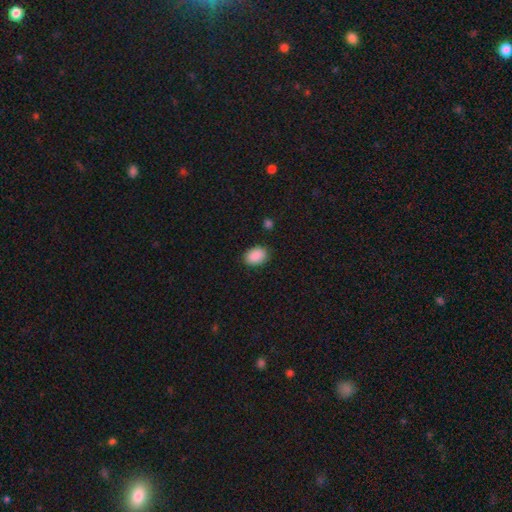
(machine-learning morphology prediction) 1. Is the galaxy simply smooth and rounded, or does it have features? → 90% smooth, 7% star or artifact, 2% featured or disk.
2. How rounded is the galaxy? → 81% in between, 18% round, 1% cigar-shaped.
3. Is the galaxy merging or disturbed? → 87% none, 9% minor disturbance, 2% major disturbance, 1% merger.